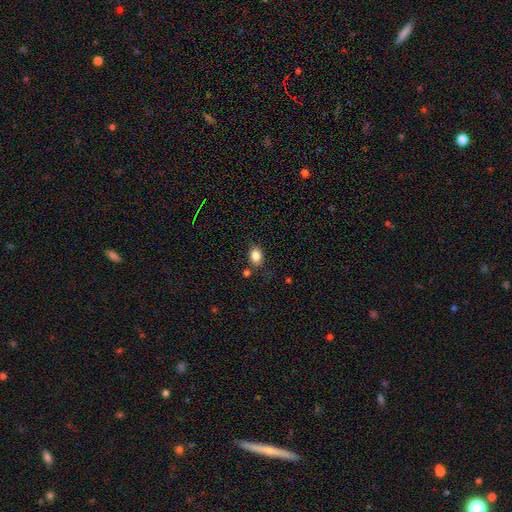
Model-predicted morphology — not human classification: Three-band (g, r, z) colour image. It shows a smooth galaxy with no disk features (85%) that is in between round and cigar-shaped (76%). Merging: none (77%).